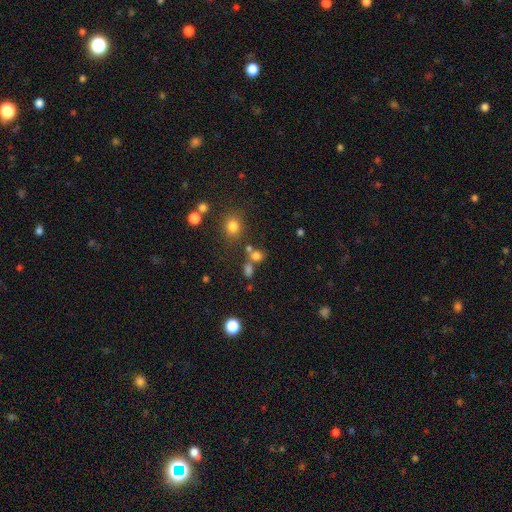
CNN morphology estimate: Smooth or featured? Predicted: smooth (p=0.71). How rounded? Predicted: round (p=0.57). Merging? Predicted: none (p=0.50).